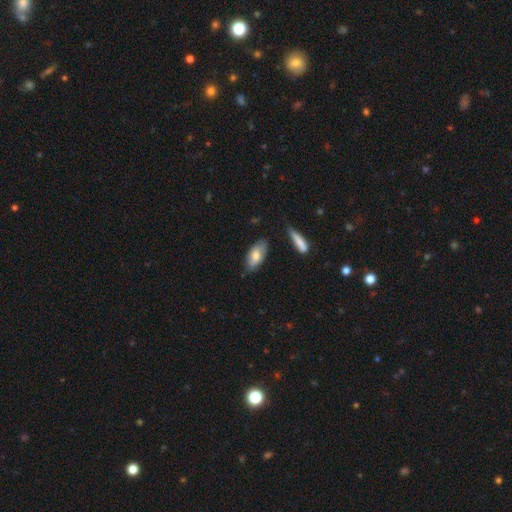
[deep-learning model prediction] Smooth or featured? smooth (68%)
How rounded? in between (88%)
Merging? none (69%)